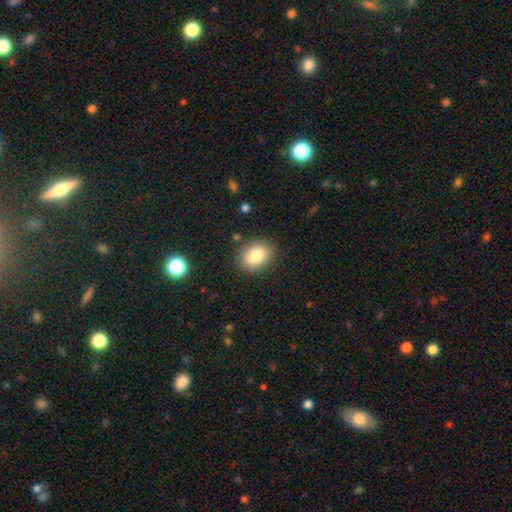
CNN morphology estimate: The model was most divided on "how rounded": in between: 59%, round: 40%, cigar-shaped: 1%. More confident: merging — none (87%); smooth or featured — smooth (82%).